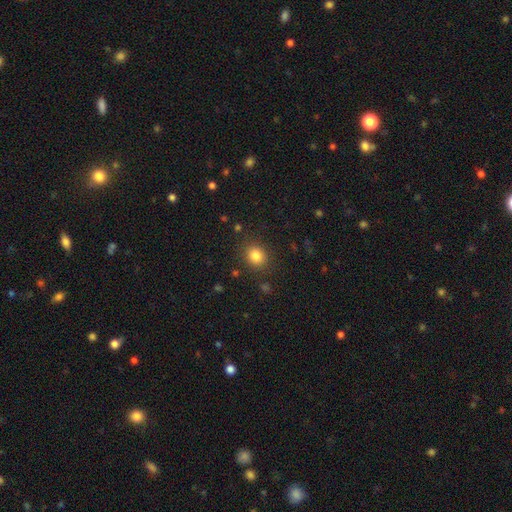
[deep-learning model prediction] smooth_or_featured: smooth (p=0.83) [alt: star or artifact p=0.12]
how_rounded: round (p=0.73) [alt: in between p=0.26]
merging: none (p=0.87) [alt: minor disturbance p=0.09]